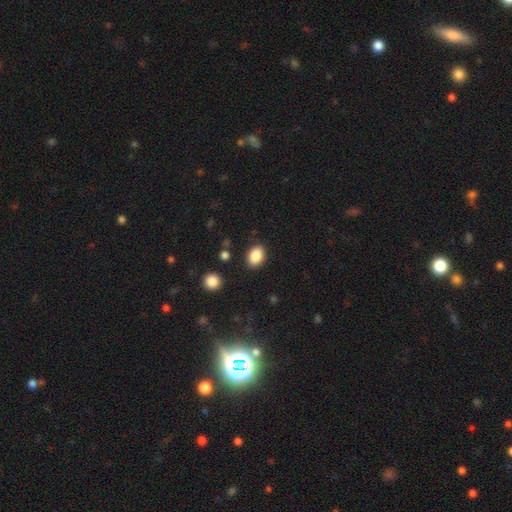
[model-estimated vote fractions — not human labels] Overall: smooth (87%). How rounded: in between (78%). Merging: none (86%).